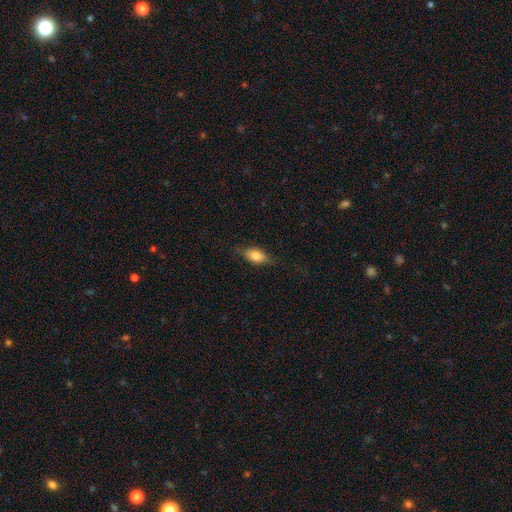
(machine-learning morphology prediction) Smooth or featured? smooth (66%)
How rounded? in between (80%)
Merging? none (76%)